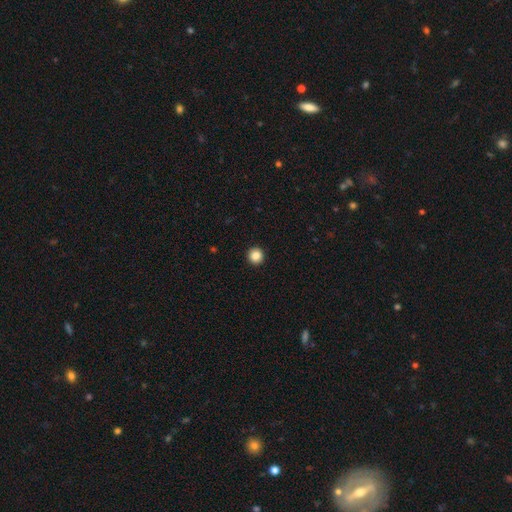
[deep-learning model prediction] This appears to be a smooth galaxy with no disk features (86%) that is round (95%). Merging: none (94%).